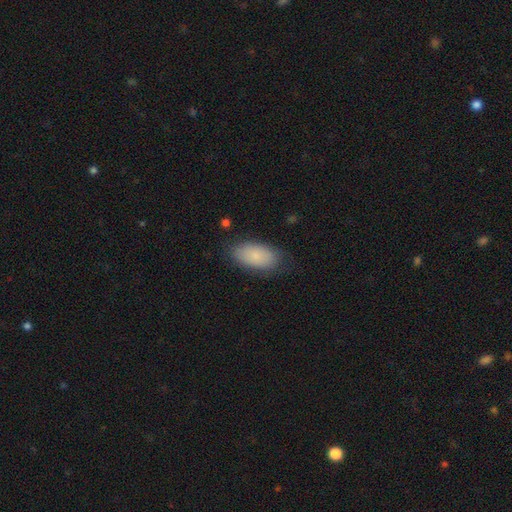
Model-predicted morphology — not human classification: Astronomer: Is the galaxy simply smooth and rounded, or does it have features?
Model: smooth — 84%.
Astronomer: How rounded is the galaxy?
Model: in between — 94%.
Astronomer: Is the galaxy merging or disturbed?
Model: none — 79%.